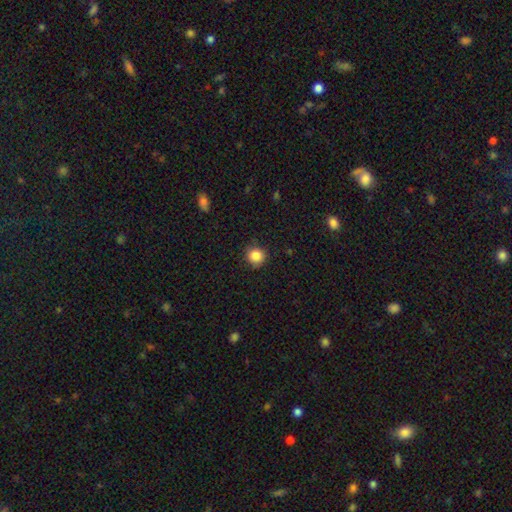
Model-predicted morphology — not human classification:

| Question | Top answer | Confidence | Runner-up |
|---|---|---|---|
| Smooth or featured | smooth | 85% | star or artifact (11%) |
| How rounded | round | 92% | in between (7%) |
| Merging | none | 88% | minor disturbance (9%) |